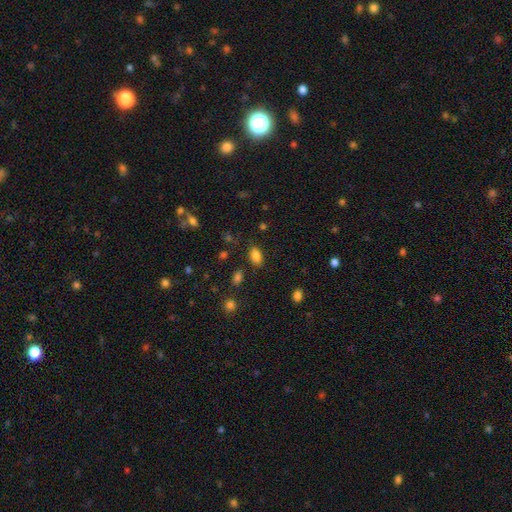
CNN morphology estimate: Overall: smooth (84%). How rounded: in between (90%). Merging: none (81%).